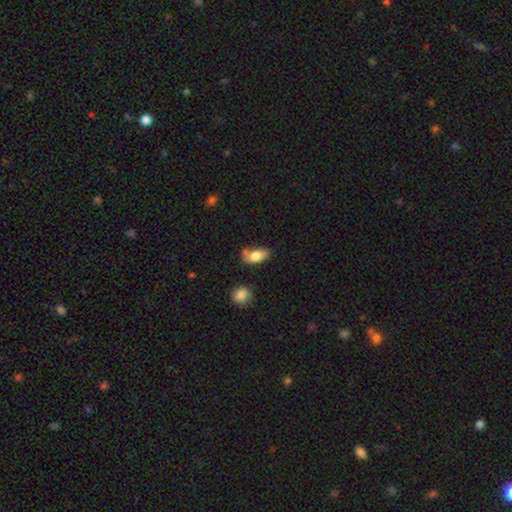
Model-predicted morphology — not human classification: type=smooth (77%); roundness=in between (89%); merging=none (60%).